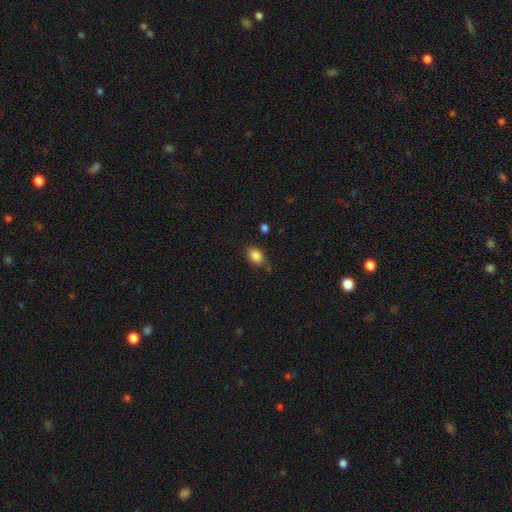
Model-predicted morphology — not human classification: Smooth or featured?
  - smooth: 86% *
  - star or artifact: 8%
  - featured or disk: 6%
How rounded?
  - in between: 83% *
  - round: 15%
  - cigar-shaped: 2%
Merging?
  - none: 73% *
  - minor disturbance: 20%
  - major disturbance: 4%
  - merger: 3%